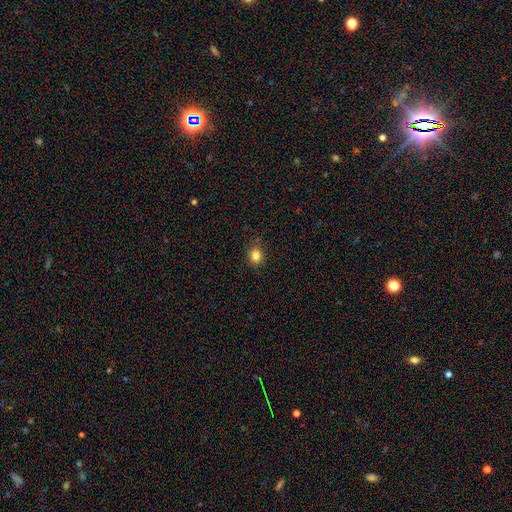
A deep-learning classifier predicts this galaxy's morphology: This is clearly a smooth galaxy (84%). How rounded: likely round (74%). Merging: clearly none (84%).